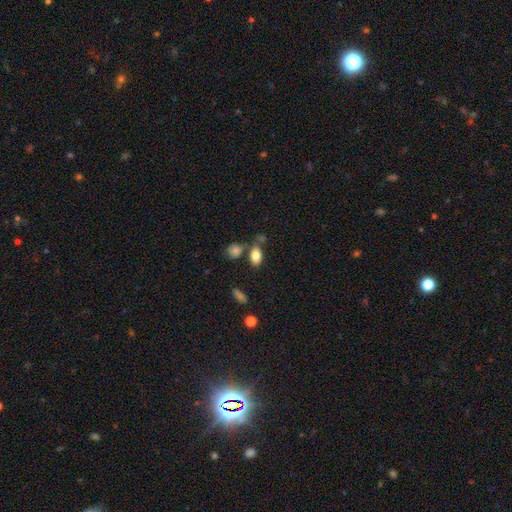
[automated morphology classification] Smooth or featured: smooth — 82% (featured or disk — 9%)
How rounded: in between — 87% (round — 10%)
Merging: none — 63% (merger — 17%)